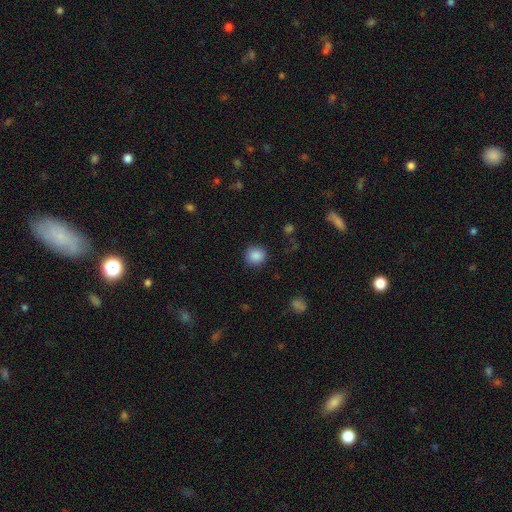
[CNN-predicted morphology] type=smooth (88%); roundness=round (91%); merging=none (88%).